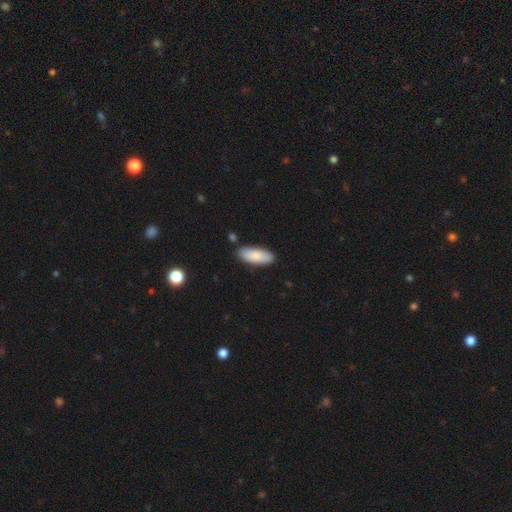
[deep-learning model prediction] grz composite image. It shows a smooth galaxy with no disk features (87%) that is in between round and cigar-shaped (75%). Merging: none (85%).